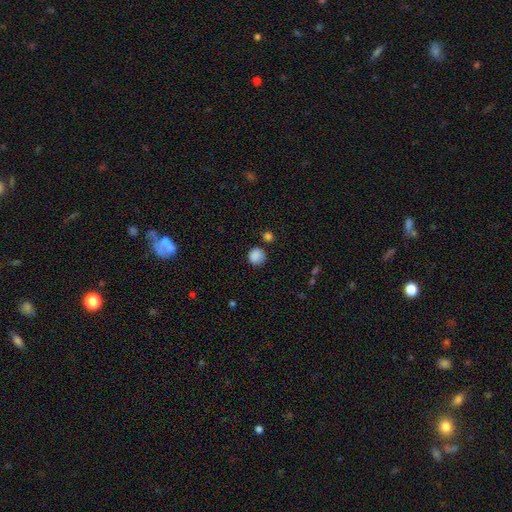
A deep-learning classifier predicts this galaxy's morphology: type=smooth (87%); roundness=round (89%); merging=none (78%).